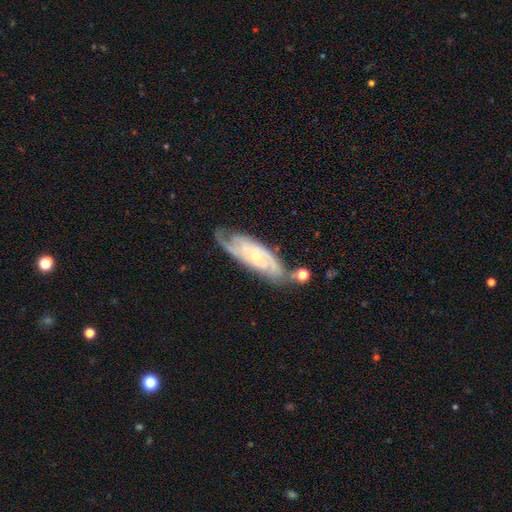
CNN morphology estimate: smooth-or-featured: featured or disk: 84% | smooth: 11% | star or artifact: 6%
  disk-edge-on: no: 88% | yes: 12%
    bar: no: 70% | weak: 23% | strong: 7%
    has-spiral-arms: yes: 95% | no: 5%
      spiral-winding: tight: 60% | medium: 32% | loose: 8%
      spiral-arm-count: 2: 45% | can't tell: 26% | 3: 16% | 4: 5% | 1: 4% | more than 4: 3%
    bulge-size: small: 70% | moderate: 27% | none: 1% | large: 1% | dominant: 1%
  merging: none: 68% | minor disturbance: 20% | major disturbance: 7% | merger: 5%